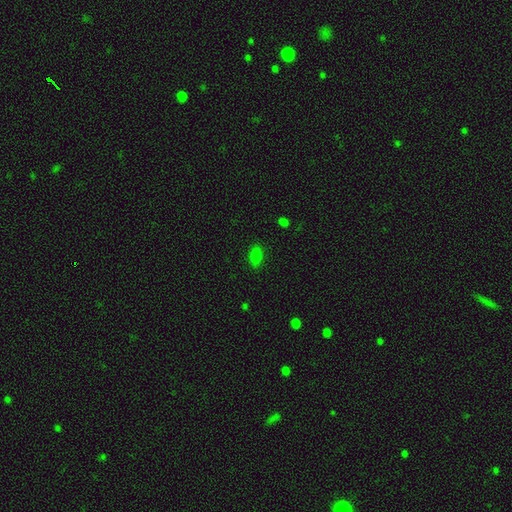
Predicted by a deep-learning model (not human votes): smooth 81%, star or artifact 14%, featured or disk 5%. Down the decision tree: how rounded — in between (88%); merging — none (85%).